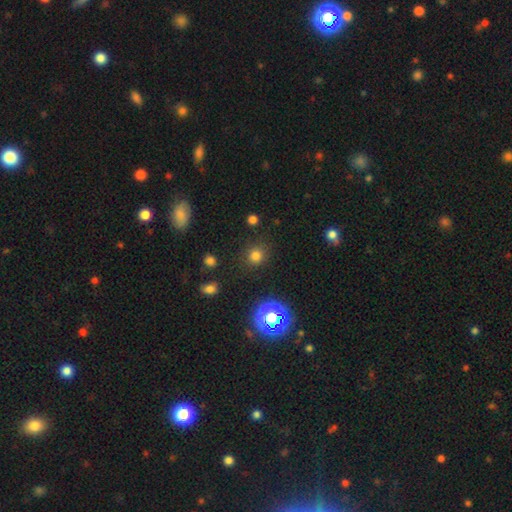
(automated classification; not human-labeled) Q: Smooth or featured?
A: smooth (74%); runner-up: star or artifact (21%)
Q: How rounded?
A: round (90%); runner-up: in between (9%)
Q: Merging?
A: none (87%); runner-up: minor disturbance (8%)